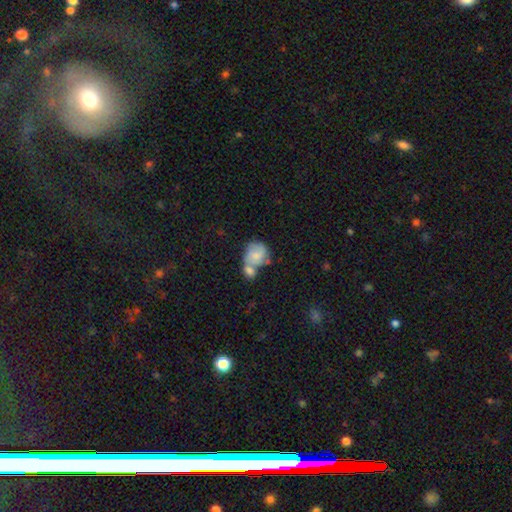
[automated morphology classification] smooth-or-featured: smooth: 62% | featured or disk: 30% | star or artifact: 7%
  how-rounded: round: 59% | in between: 40% | cigar-shaped: 1%
  merging: merger: 59% | none: 21% | minor disturbance: 13% | major disturbance: 7%